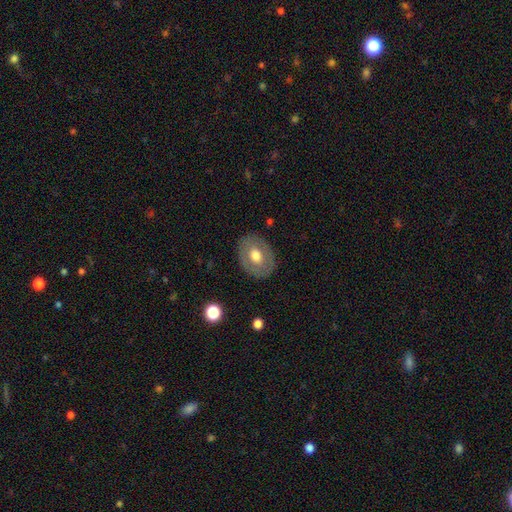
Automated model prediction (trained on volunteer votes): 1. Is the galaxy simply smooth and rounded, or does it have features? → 58% smooth, 36% featured or disk, 6% star or artifact.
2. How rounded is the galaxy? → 66% in between, 33% round, 1% cigar-shaped.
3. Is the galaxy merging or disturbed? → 84% none, 11% minor disturbance, 4% major disturbance, 1% merger.